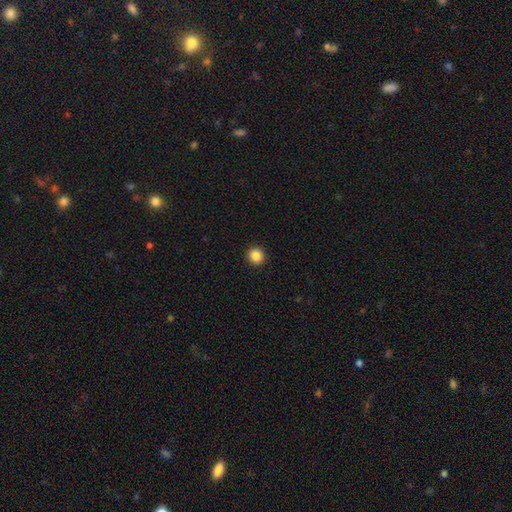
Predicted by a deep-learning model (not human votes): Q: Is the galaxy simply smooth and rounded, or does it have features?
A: smooth — 86%.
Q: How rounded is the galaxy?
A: round — 90%.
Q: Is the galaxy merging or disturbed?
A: none — 93%.